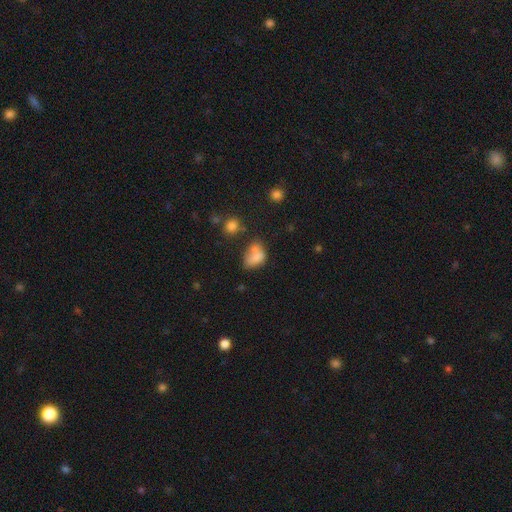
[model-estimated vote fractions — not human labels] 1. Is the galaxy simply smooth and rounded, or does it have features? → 72% smooth, 16% featured or disk, 12% star or artifact.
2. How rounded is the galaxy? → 80% in between, 18% round, 2% cigar-shaped.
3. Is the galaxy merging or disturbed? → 37% merger, 30% none, 21% minor disturbance, 13% major disturbance.